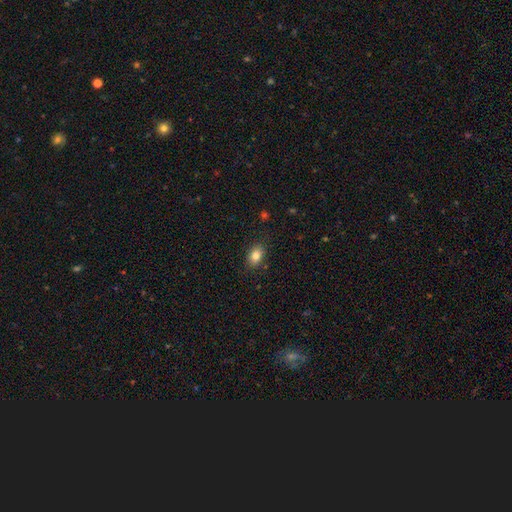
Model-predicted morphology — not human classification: smooth_or_featured: smooth (p=0.84) [alt: star or artifact p=0.09]
how_rounded: in between (p=0.79) [alt: round p=0.20]
merging: none (p=0.86) [alt: minor disturbance p=0.10]